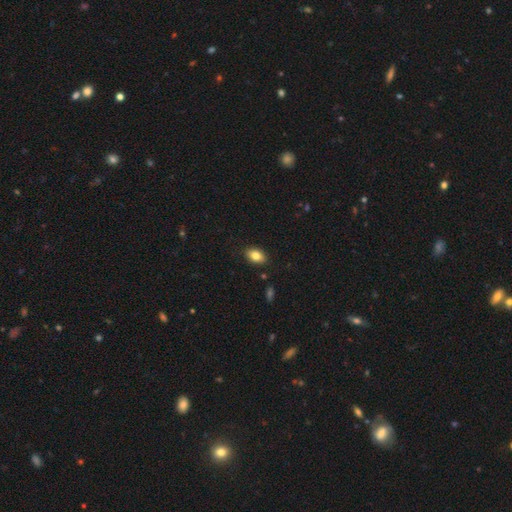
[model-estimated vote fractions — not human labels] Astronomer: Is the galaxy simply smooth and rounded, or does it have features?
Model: smooth — 82%.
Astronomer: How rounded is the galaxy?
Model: in between — 88%.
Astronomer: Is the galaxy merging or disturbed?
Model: none — 88%.